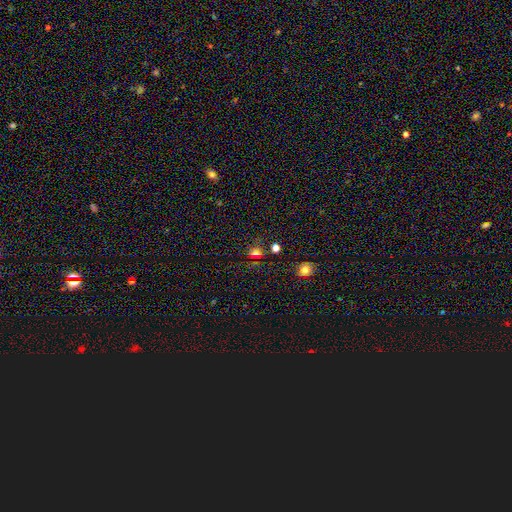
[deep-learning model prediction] Morphology: type=smooth (62%); roundness=round (84%); merging=none (77%).